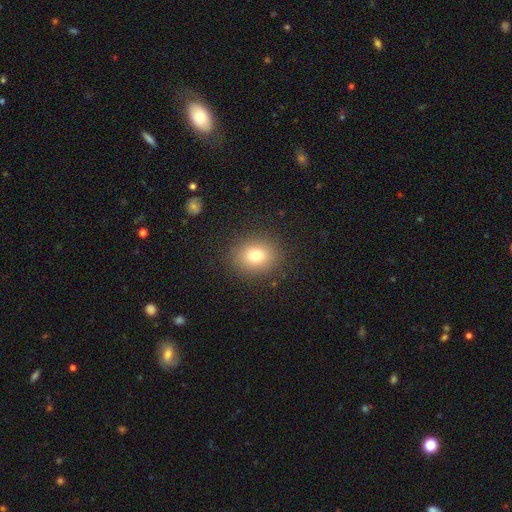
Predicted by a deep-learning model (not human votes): A smooth galaxy with no disk features (78%) that is round (60%). Merging: none (88%).